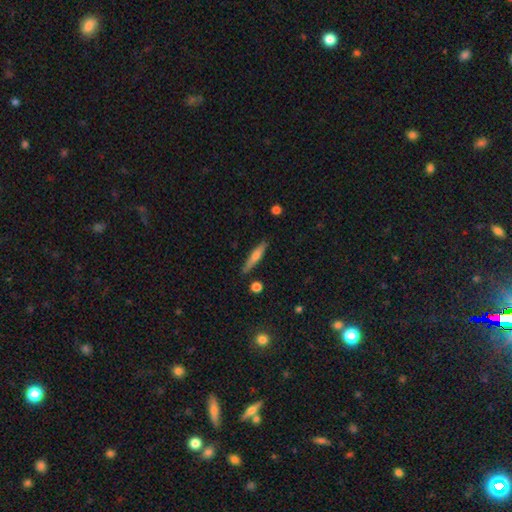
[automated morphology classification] smooth-or-featured: smooth: 61% | featured or disk: 32% | star or artifact: 7%
  how-rounded: cigar-shaped: 90% | in between: 8% | round: 2%
  merging: none: 85% | minor disturbance: 11% | merger: 2% | major disturbance: 2%